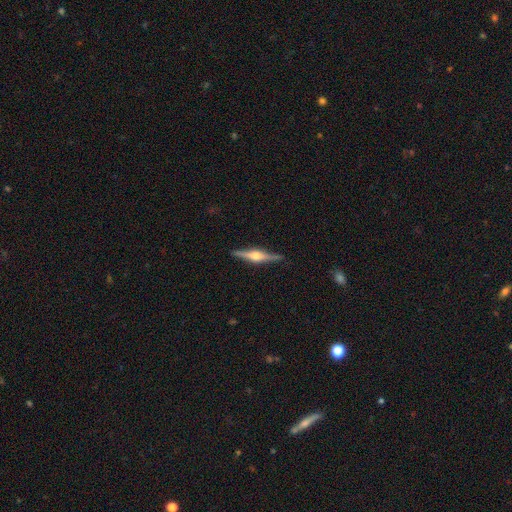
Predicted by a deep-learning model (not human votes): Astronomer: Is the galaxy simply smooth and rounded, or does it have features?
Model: featured or disk — 81%.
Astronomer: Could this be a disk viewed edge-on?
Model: yes — 98%.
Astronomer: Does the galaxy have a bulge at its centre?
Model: rounded — 91%.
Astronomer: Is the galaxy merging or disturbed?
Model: none — 90%.